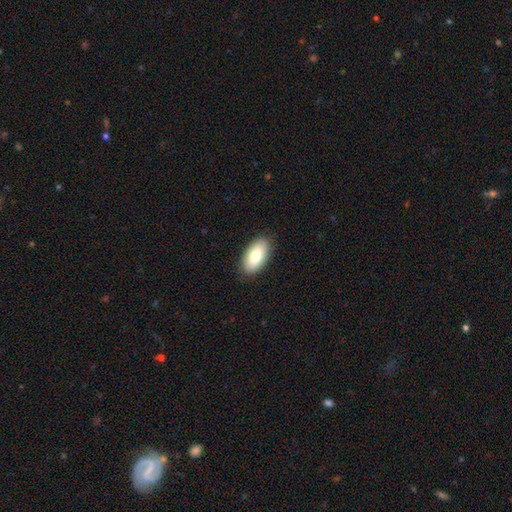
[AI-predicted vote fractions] Smooth or featured?
  - smooth: 80% *
  - featured or disk: 14%
  - star or artifact: 6%
How rounded?
  - in between: 95% *
  - round: 3%
  - cigar-shaped: 3%
Merging?
  - none: 88% *
  - minor disturbance: 9%
  - major disturbance: 2%
  - merger: 1%